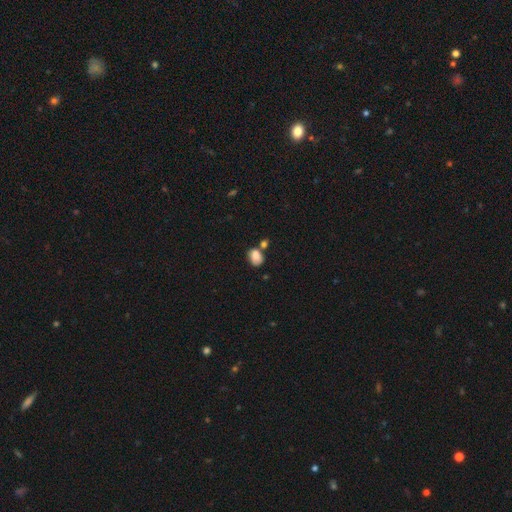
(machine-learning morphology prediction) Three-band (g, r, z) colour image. It shows a smooth galaxy with no disk features (83%) that is in between round and cigar-shaped (69%). Merging: none (50%).